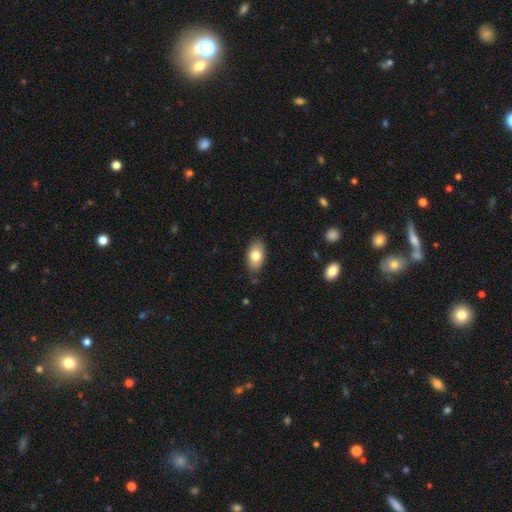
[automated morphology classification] The model was most divided on "smooth or featured": smooth: 78%, featured or disk: 15%, star or artifact: 7%. More confident: how rounded — in between (92%); merging — none (84%).